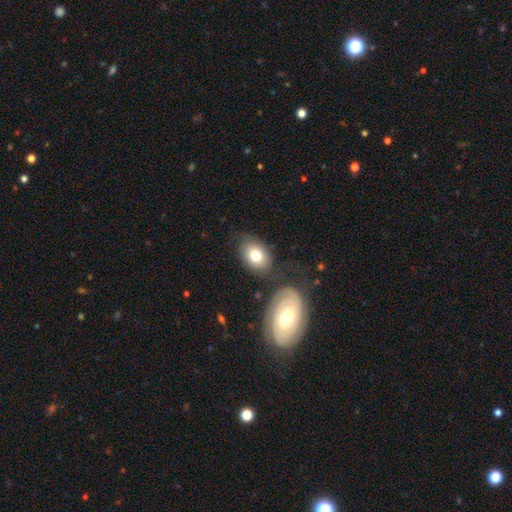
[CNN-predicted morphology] Overall: smooth (77%). How rounded: in between (80%). Merging: none (68%).